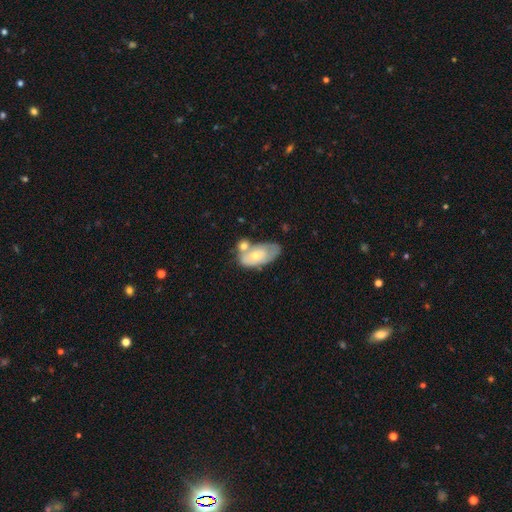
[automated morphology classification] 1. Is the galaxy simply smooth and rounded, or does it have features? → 55% smooth, 39% featured or disk, 6% star or artifact.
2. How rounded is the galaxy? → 91% in between, 5% round, 4% cigar-shaped.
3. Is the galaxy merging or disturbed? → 36% merger, 33% none, 21% minor disturbance, 9% major disturbance.